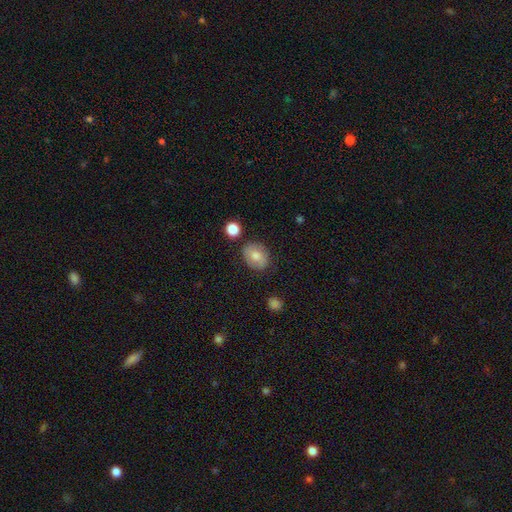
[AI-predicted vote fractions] Smooth or featured: smooth — 65% (featured or disk — 26%)
How rounded: in between — 50% (round — 49%)
Merging: none — 81% (minor disturbance — 13%)